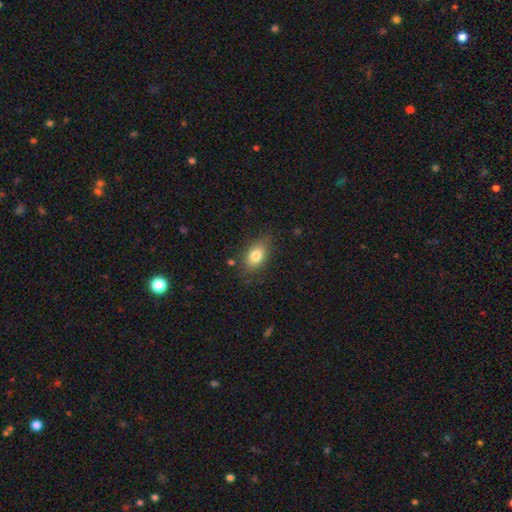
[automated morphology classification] Smooth or featured: smooth — 80% (featured or disk — 12%)
How rounded: in between — 86% (round — 10%)
Merging: none — 79% (minor disturbance — 15%)